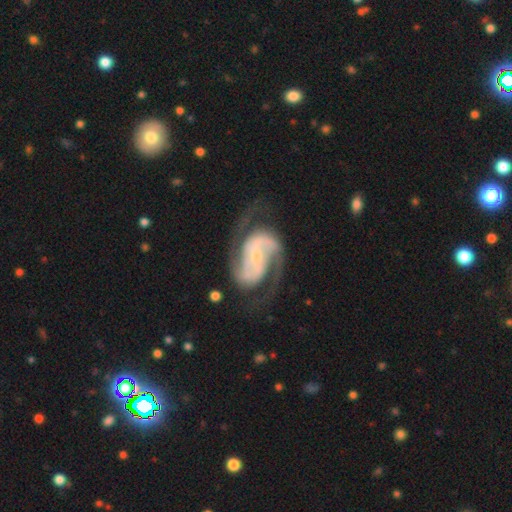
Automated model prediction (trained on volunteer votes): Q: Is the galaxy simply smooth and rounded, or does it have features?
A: featured or disk — 90%.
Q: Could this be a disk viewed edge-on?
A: no — 98%.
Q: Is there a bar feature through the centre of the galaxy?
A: no — 40%.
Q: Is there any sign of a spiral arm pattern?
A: yes — 97%.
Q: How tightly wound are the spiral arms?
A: medium — 51%.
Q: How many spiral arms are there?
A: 2 — 85%.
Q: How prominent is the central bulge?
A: small — 70%.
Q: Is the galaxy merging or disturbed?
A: none — 66%.